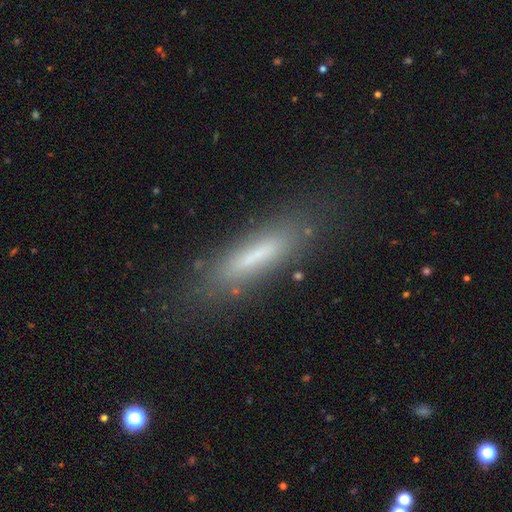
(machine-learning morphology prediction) Smooth or featured?
  - smooth: 59% *
  - featured or disk: 30%
  - star or artifact: 11%
How rounded?
  - cigar-shaped: 81% *
  - in between: 18%
  - round: 2%
Merging?
  - none: 79% *
  - minor disturbance: 13%
  - major disturbance: 6%
  - merger: 2%